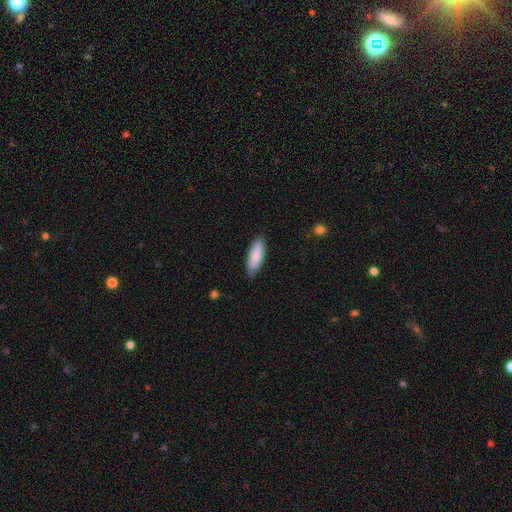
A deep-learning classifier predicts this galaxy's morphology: This is clearly a smooth galaxy (87%). How rounded: likely in between (65%). Merging: clearly none (85%).